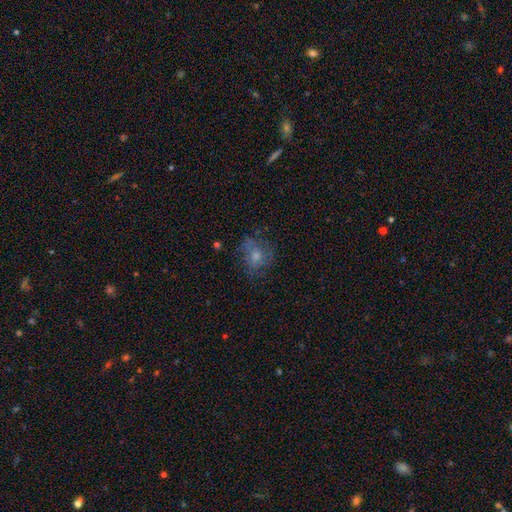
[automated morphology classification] A smooth galaxy with no disk features (54%) that is round (63%). Merging: none (57%).